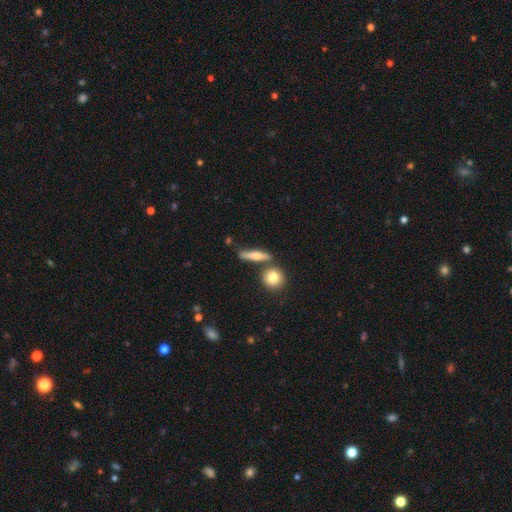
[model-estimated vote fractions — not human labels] Smooth or featured? Predicted: smooth (p=0.58). How rounded? Predicted: cigar-shaped (p=0.65). Merging? Predicted: none (p=0.71).